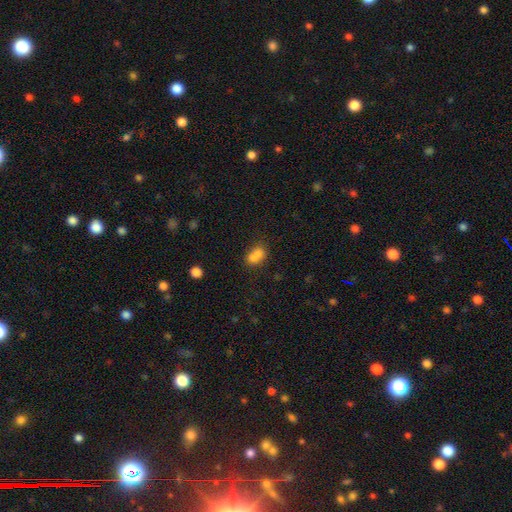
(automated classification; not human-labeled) A smooth galaxy with no disk features (78%) that is in between round and cigar-shaped (76%). Merging: none (45%).